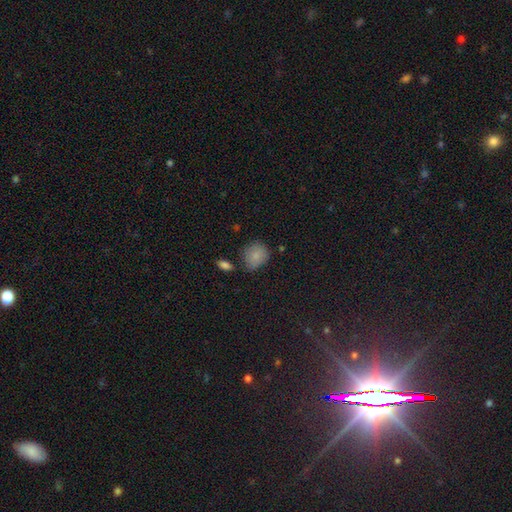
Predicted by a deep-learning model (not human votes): smooth_or_featured: smooth (p=0.82) [alt: star or artifact p=0.09]
how_rounded: round (p=0.67) [alt: in between p=0.32]
merging: none (p=0.65) [alt: minor disturbance p=0.24]